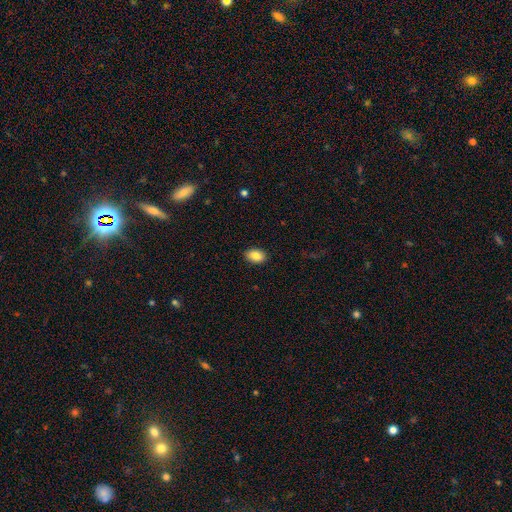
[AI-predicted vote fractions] Morphology: type=smooth (86%); roundness=in between (86%); merging=none (89%).